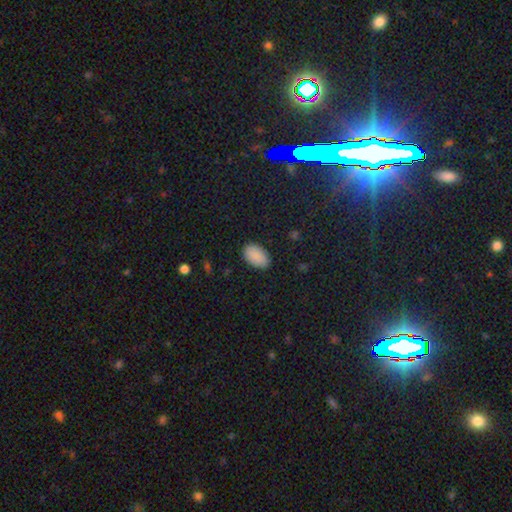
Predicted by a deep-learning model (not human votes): smooth-or-featured: smooth: 89% | star or artifact: 7% | featured or disk: 4%
  how-rounded: in between: 93% | round: 6% | cigar-shaped: 1%
  merging: none: 86% | minor disturbance: 10% | major disturbance: 2% | merger: 1%